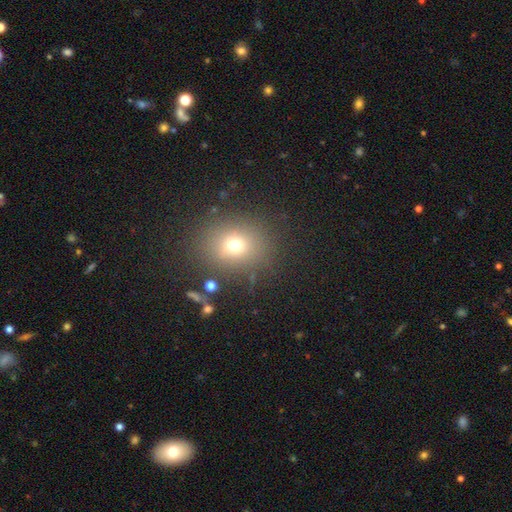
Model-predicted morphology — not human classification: Smooth or featured: smooth — 59% (star or artifact — 31%)
How rounded: round — 71% (in between — 28%)
Merging: none — 88% (minor disturbance — 7%)